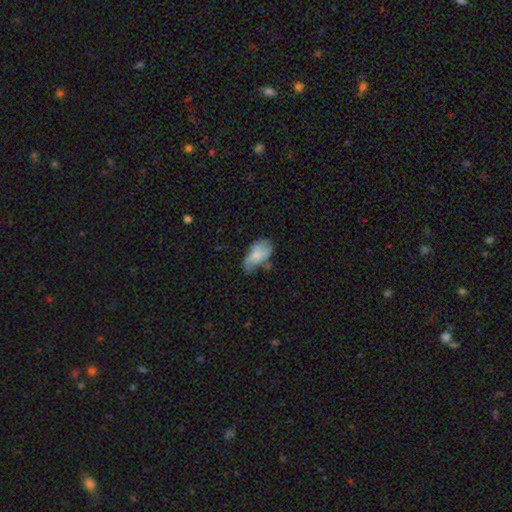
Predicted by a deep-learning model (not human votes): Smooth or featured?
  - smooth: 60% *
  - featured or disk: 32%
  - star or artifact: 8%
How rounded?
  - in between: 91% *
  - cigar-shaped: 5%
  - round: 4%
Merging?
  - none: 46% *
  - minor disturbance: 35%
  - major disturbance: 14%
  - merger: 5%